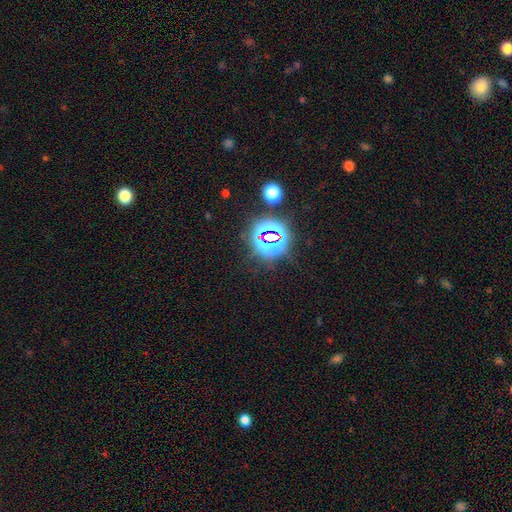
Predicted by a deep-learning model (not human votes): smooth_or_featured: star or artifact (p=0.80) [alt: smooth p=0.13]